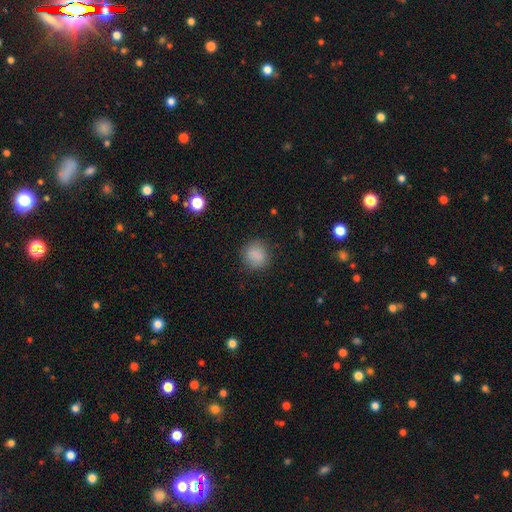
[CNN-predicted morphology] Q: Smooth or featured?
A: smooth (85%); runner-up: star or artifact (10%)
Q: How rounded?
A: round (84%); runner-up: in between (15%)
Q: Merging?
A: none (84%); runner-up: minor disturbance (11%)